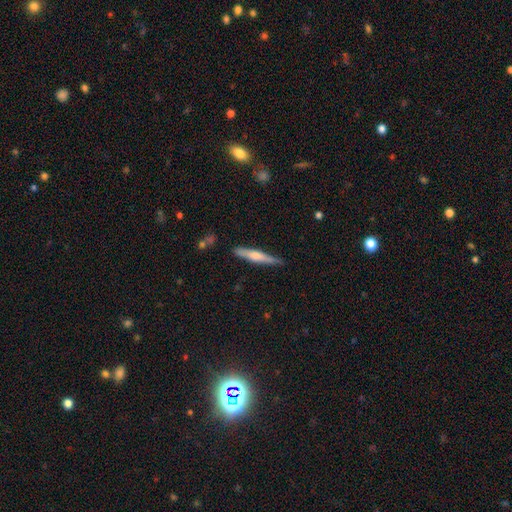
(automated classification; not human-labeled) Overall: smooth (50%; featured or disk 45%). Merging: none (80%).